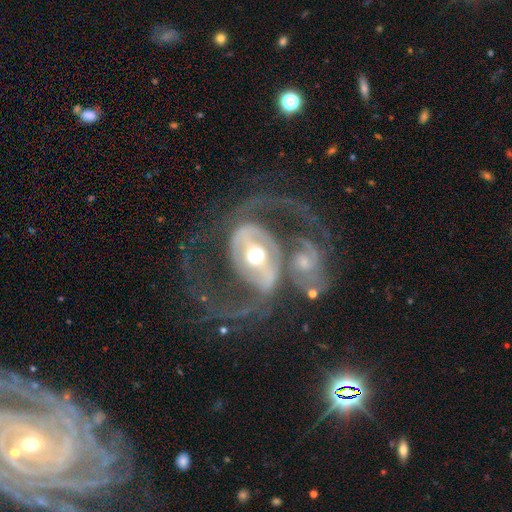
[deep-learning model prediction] Overall: featured or disk (84%). Edge-on disk: no (96%). Bar: strong (43%; weak 30%). Spiral arms: yes (81%). Spiral arm count: 2 (79%). Spiral winding: medium (43%; loose 33%). Bulge size: moderate (70%). Merging: merger (41%; none 27%).